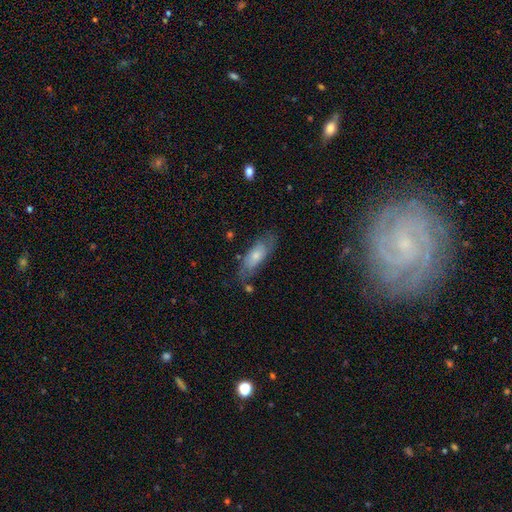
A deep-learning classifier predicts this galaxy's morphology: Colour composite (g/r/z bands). It shows a smooth galaxy with no disk features (57%) that is in between round and cigar-shaped (70%). Merging: none (65%).